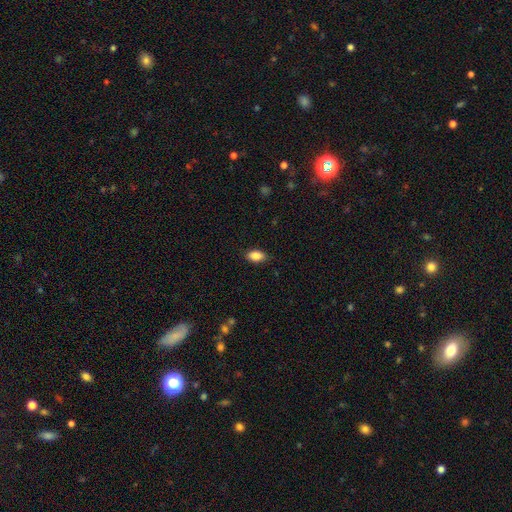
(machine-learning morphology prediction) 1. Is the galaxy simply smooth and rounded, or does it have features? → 87% smooth, 8% star or artifact, 5% featured or disk.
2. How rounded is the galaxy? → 89% in between, 8% round, 2% cigar-shaped.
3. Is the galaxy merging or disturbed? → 84% none, 13% minor disturbance, 2% major disturbance, 1% merger.